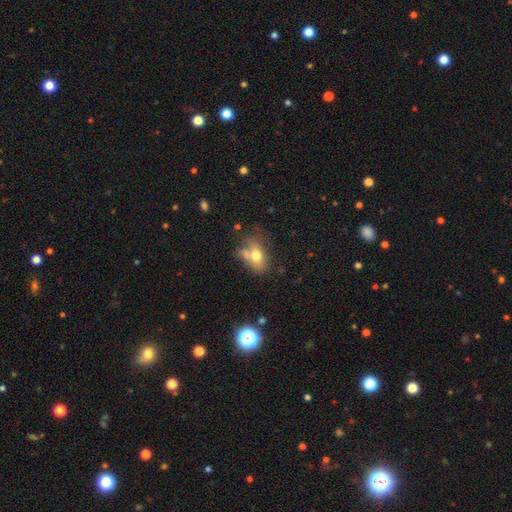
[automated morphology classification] Smooth or featured? smooth (70%)
How rounded? in between (79%)
Merging? none (42%)